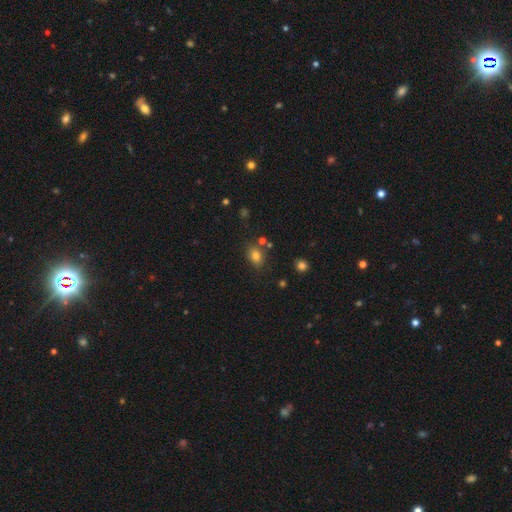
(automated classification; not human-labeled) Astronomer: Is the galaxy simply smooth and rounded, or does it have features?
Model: smooth — 79%.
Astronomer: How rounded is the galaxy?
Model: in between — 64%.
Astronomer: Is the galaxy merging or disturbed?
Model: none — 74%.